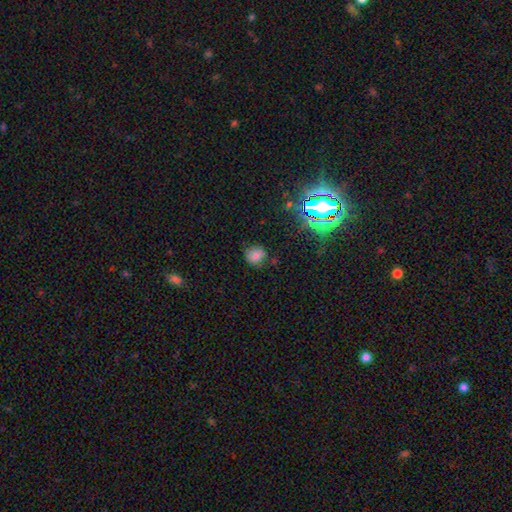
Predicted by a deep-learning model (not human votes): Smooth or featured? smooth (72%)
How rounded? round (74%)
Merging? none (71%)